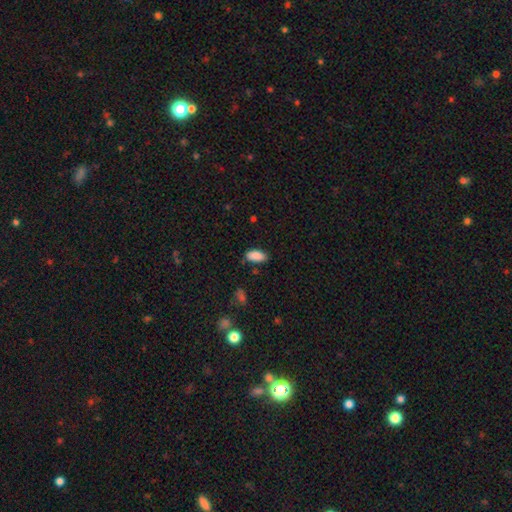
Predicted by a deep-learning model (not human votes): A smooth galaxy with no disk features (88%) that is in between round and cigar-shaped (92%). Merging: none (79%).